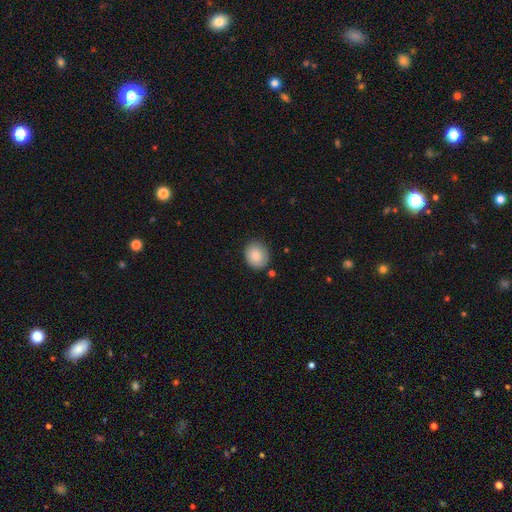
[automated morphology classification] Q: Smooth or featured?
A: smooth (86%); runner-up: star or artifact (7%)
Q: How rounded?
A: round (71%); runner-up: in between (28%)
Q: Merging?
A: none (83%); runner-up: minor disturbance (12%)